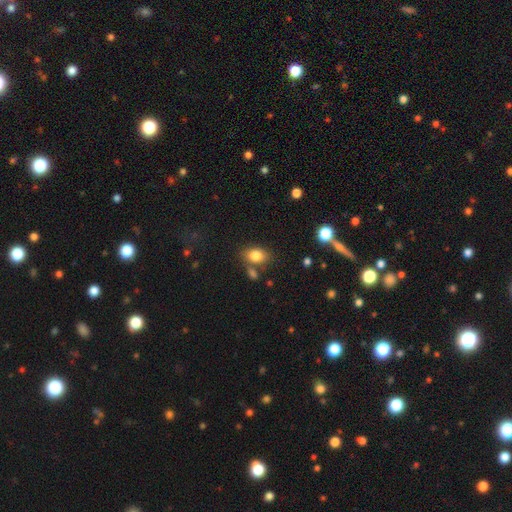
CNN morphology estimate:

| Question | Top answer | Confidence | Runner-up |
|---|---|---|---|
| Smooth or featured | smooth | 83% | star or artifact (10%) |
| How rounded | in between | 76% | round (22%) |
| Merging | none | 69% | minor disturbance (14%) |